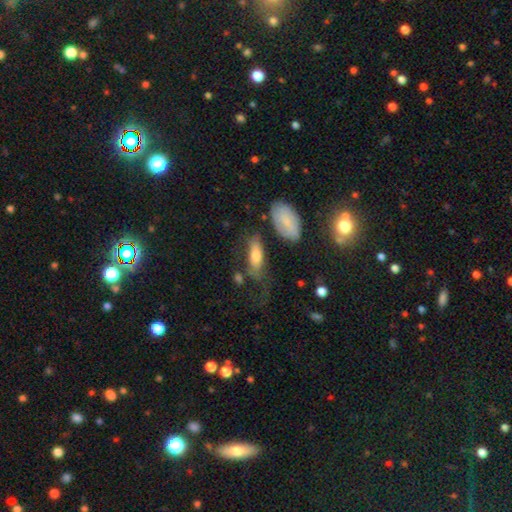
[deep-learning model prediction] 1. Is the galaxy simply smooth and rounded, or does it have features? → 63% smooth, 28% featured or disk, 8% star or artifact.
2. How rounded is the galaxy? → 69% in between, 27% cigar-shaped, 4% round.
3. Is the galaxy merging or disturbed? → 46% none, 23% minor disturbance, 22% major disturbance, 9% merger.